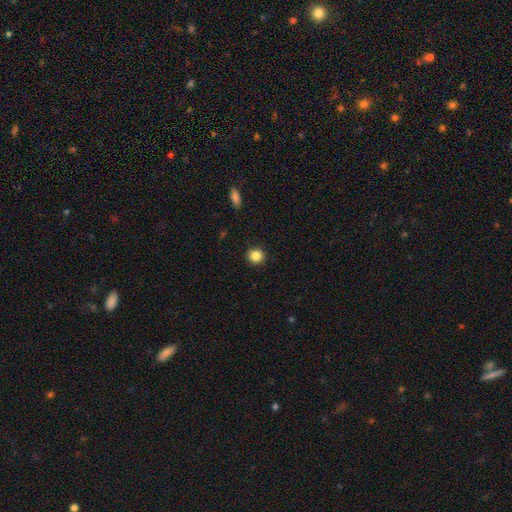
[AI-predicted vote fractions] Overall: smooth (85%). How rounded: round (93%). Merging: none (92%).